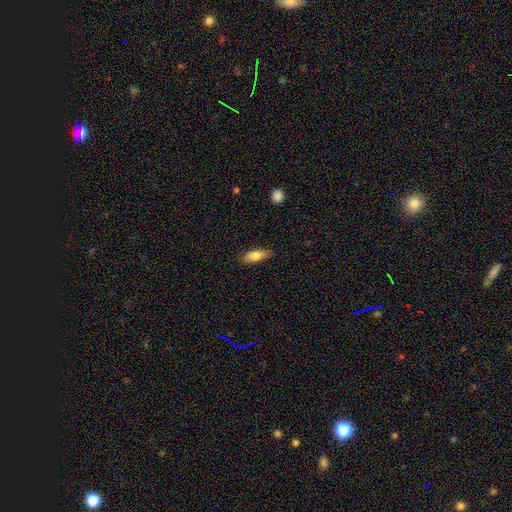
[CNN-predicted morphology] Q: Smooth or featured?
A: smooth (78%); runner-up: featured or disk (15%)
Q: How rounded?
A: in between (70%); runner-up: cigar-shaped (28%)
Q: Merging?
A: none (82%); runner-up: minor disturbance (14%)